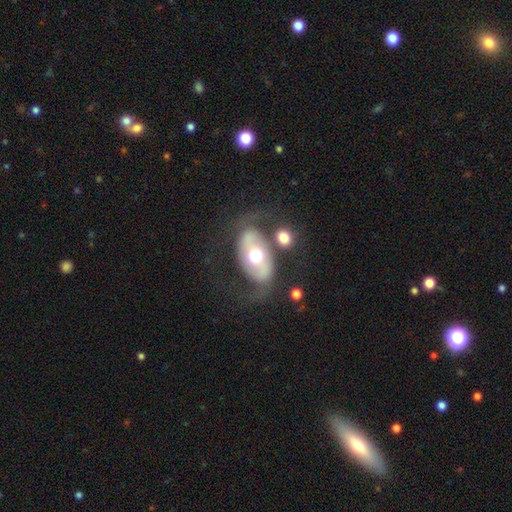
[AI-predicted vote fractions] smooth_or_featured: featured or disk (p=0.64) [alt: smooth p=0.30]
disk_edge_on: no (p=0.93) [alt: yes p=0.07]
bar: no (p=0.64) [alt: weak p=0.21]
has_spiral_arms: yes (p=0.59) [alt: no p=0.41]
bulge_size: moderate (p=0.69) [alt: large p=0.21]
merging: none (p=0.60) [alt: minor disturbance p=0.16]